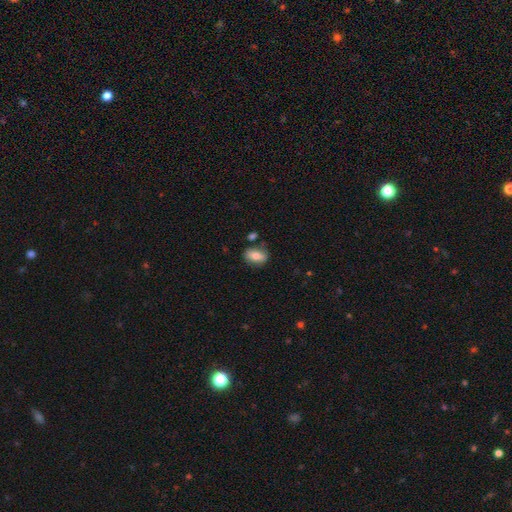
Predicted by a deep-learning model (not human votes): Smooth or featured? Predicted: smooth (p=0.76). How rounded? Predicted: in between (p=0.84). Merging? Predicted: none (p=0.76).